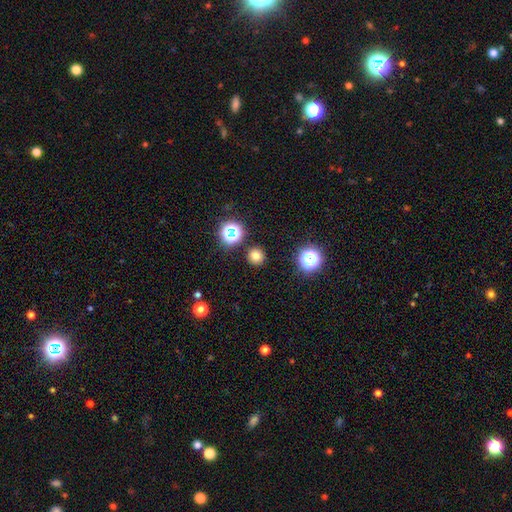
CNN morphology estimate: A smooth galaxy with no disk features (75%) that is round (94%). Merging: none (90%).